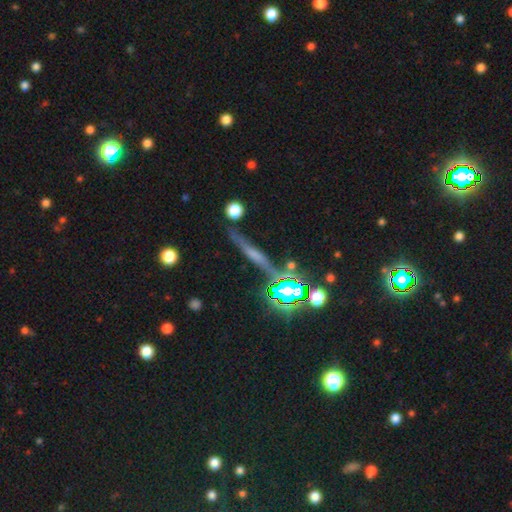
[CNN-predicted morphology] Smooth or featured? featured or disk (55%)
Edge-on disk? yes (93%)
Edge-on bulge? rounded (53%)
Merging? none (84%)